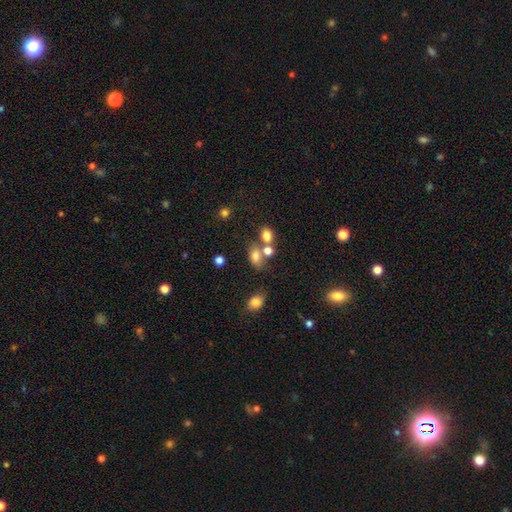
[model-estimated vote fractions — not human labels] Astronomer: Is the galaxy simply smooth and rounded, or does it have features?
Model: smooth — 73%.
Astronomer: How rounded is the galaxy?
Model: in between — 73%.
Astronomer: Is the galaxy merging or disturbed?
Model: none — 43% (runner-up: merger, 35%).